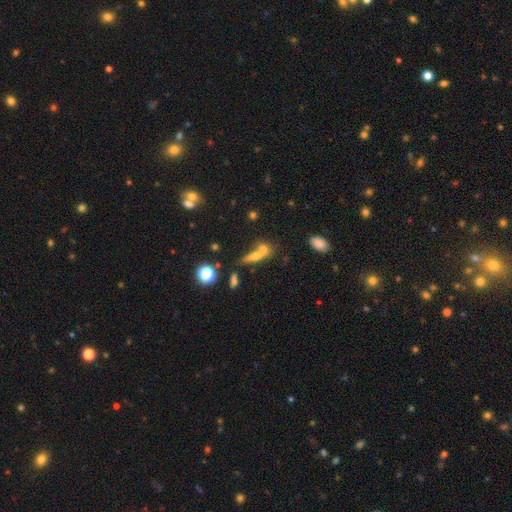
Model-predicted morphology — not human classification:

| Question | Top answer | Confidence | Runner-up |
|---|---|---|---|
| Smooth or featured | smooth | 58% | featured or disk (28%) |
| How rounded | in between | 44% | cigar-shaped (41%) |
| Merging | merger | 50% | none (35%) |